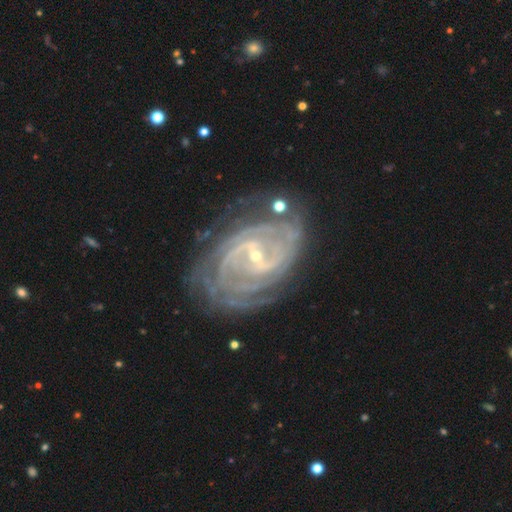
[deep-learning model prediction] A featured or disk galaxy (91%) with a weak bar (47%), tight (72%) spiral arms (98%) and a small central bulge (81%). Merging: none (70%).